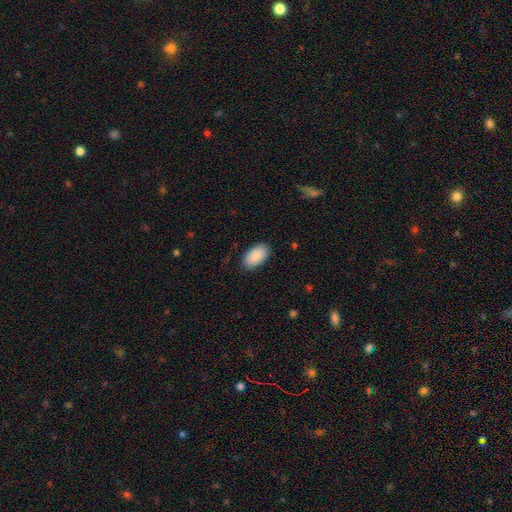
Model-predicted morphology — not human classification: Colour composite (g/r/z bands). It shows a smooth galaxy with no disk features (90%) that is in between round and cigar-shaped (95%). Merging: none (85%).